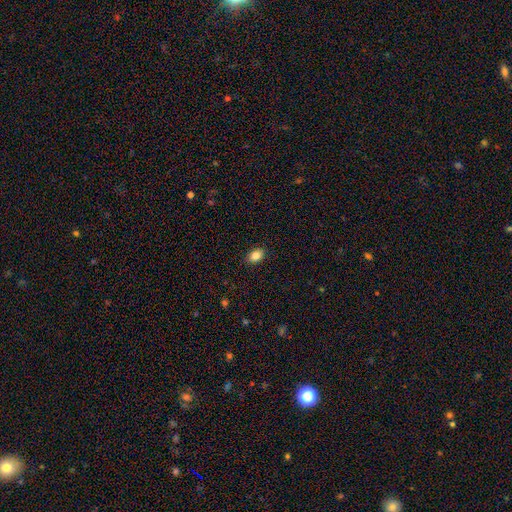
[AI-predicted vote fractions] smooth 86%, star or artifact 9%, featured or disk 5%. Down the decision tree: how rounded — in between (81%); merging — none (89%).